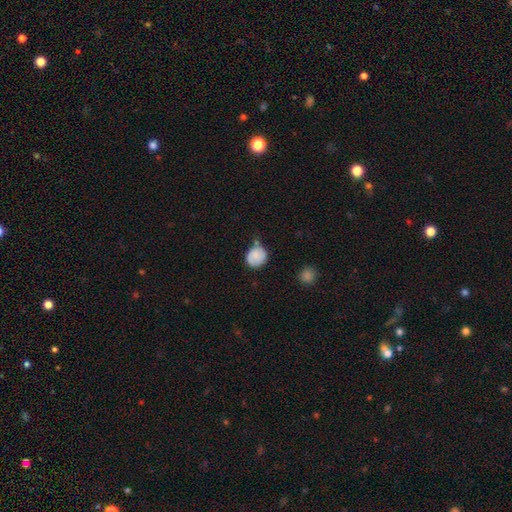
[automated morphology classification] Smooth or featured: smooth — 80% (featured or disk — 12%)
How rounded: round — 81% (in between — 18%)
Merging: none — 55% (minor disturbance — 29%)